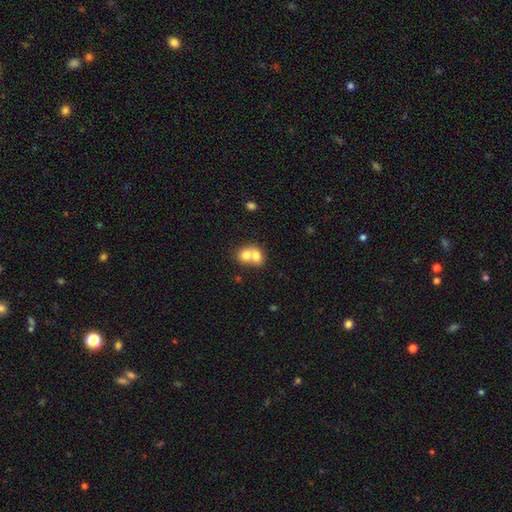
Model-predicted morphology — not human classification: Smooth or featured? Predicted: smooth (p=0.73). How rounded? Predicted: round (p=0.53). Merging? Predicted: merger (p=0.73).